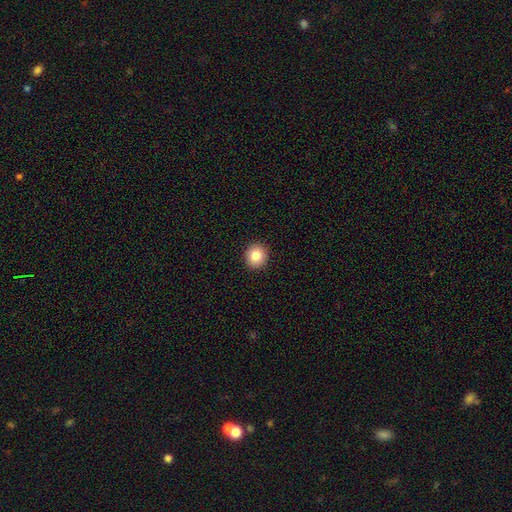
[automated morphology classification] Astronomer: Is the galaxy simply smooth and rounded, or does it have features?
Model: smooth — 83%.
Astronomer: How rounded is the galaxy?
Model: round — 85%.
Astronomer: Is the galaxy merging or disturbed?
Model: none — 92%.